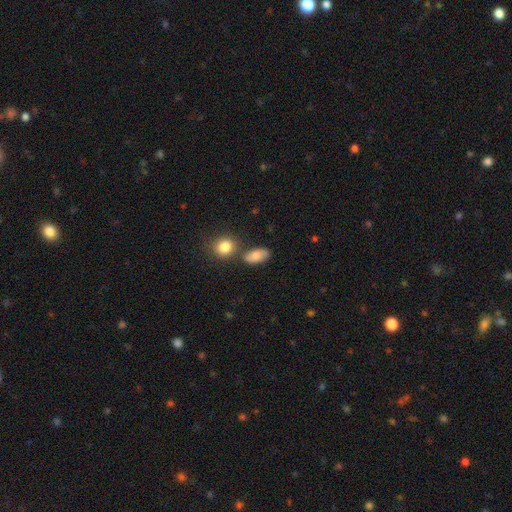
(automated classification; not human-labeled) Overall: smooth (78%). How rounded: in between (86%). Merging: none (68%).